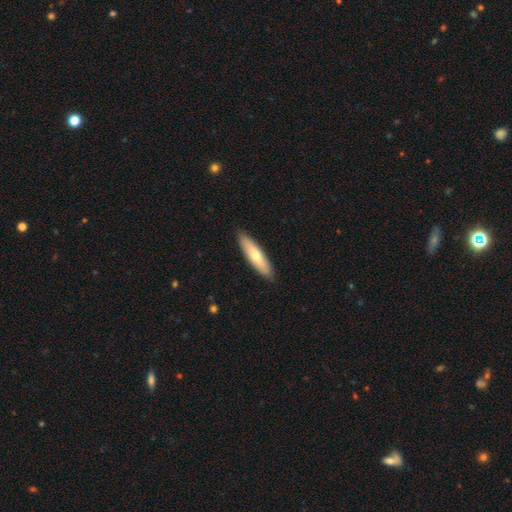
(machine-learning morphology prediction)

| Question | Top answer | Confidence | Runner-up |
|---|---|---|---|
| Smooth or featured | smooth | 62% | featured or disk (32%) |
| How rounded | cigar-shaped | 74% | in between (24%) |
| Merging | none | 89% | minor disturbance (8%) |